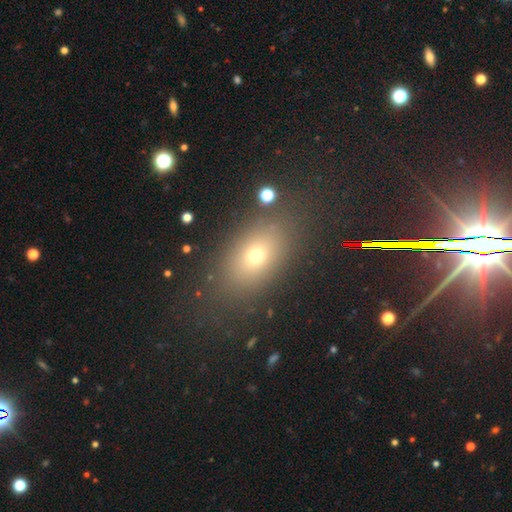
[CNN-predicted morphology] Smooth or featured?
  - smooth: 62% *
  - star or artifact: 23%
  - featured or disk: 16%
How rounded?
  - in between: 72% *
  - round: 24%
  - cigar-shaped: 4%
Merging?
  - none: 81% *
  - minor disturbance: 10%
  - major disturbance: 6%
  - merger: 3%